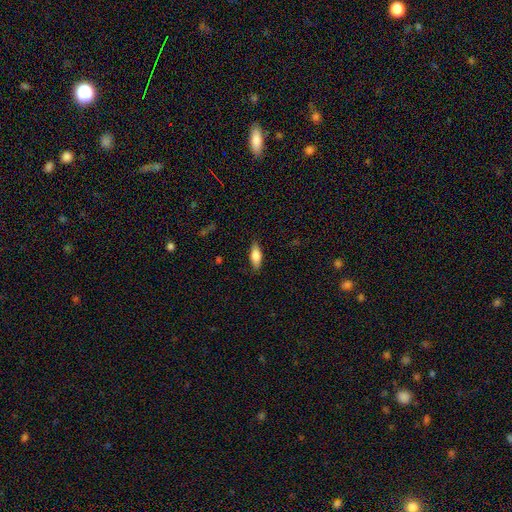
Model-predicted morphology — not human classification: Q: Smooth or featured?
A: smooth (79%); runner-up: featured or disk (15%)
Q: How rounded?
A: in between (72%); runner-up: cigar-shaped (25%)
Q: Merging?
A: none (84%); runner-up: minor disturbance (12%)